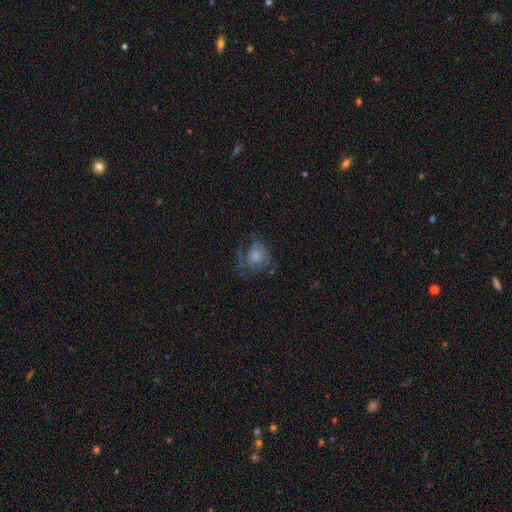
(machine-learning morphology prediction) type=featured or disk (45%); merging=none (41%).